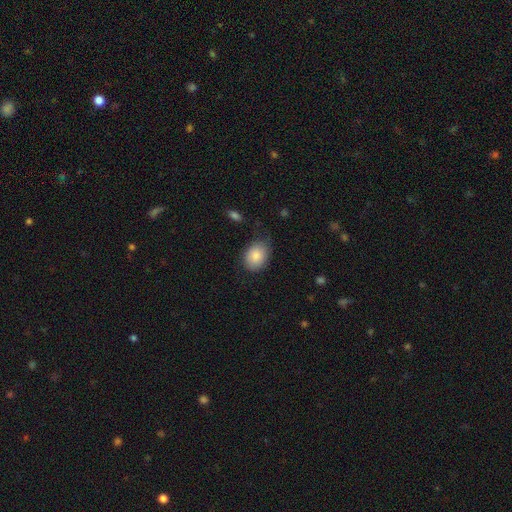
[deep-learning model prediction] This appears to be a smooth galaxy with no disk features (84%) that is in between round and cigar-shaped (67%). Merging: none (68%).